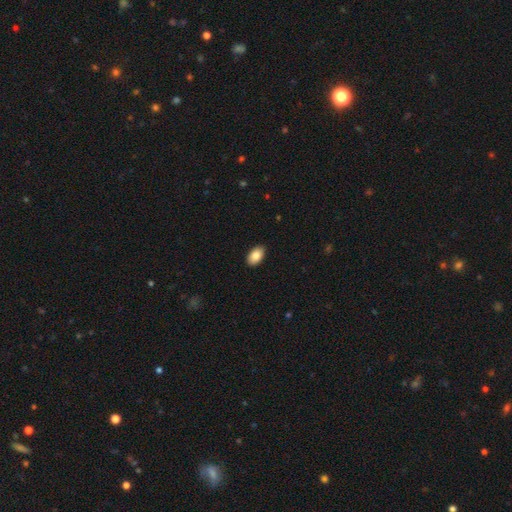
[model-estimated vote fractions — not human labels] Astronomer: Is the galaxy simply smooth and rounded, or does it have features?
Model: smooth — 87%.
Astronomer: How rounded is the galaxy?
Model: in between — 93%.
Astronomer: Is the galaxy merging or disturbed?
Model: none — 90%.